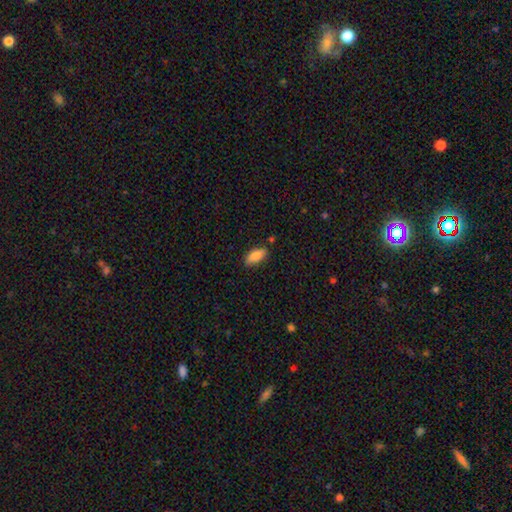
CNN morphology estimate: Smooth or featured: smooth — 79% (featured or disk — 15%)
How rounded: in between — 80% (cigar-shaped — 18%)
Merging: none — 81% (minor disturbance — 14%)